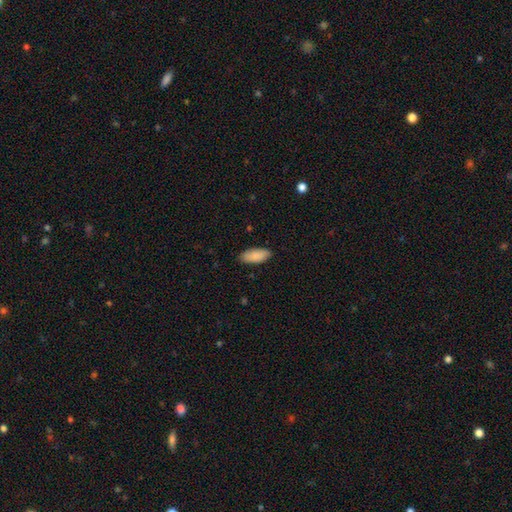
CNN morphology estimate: type=smooth (89%); roundness=in between (86%); merging=none (87%).